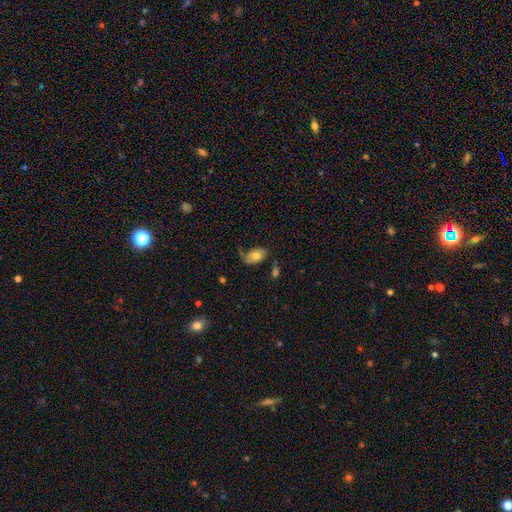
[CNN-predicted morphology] type=smooth (70%); roundness=in between (91%); merging=none (56%).